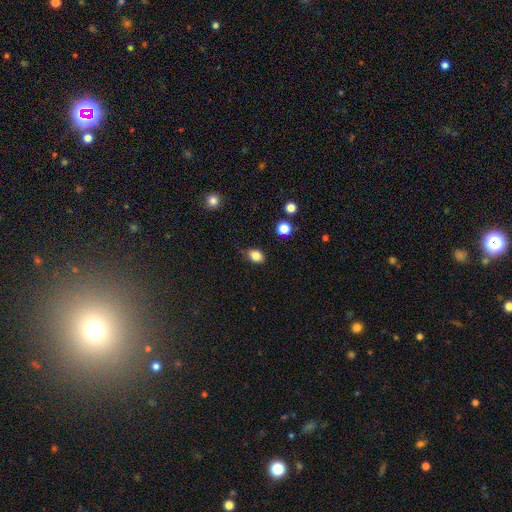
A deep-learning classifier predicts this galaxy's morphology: A smooth galaxy with no disk features (83%) that is in between round and cigar-shaped (66%).

Vote fractions:
- Smooth or featured? smooth: 83% / star or artifact: 11% / featured or disk: 6%
- How rounded? in between: 66% / round: 33% / cigar-shaped: 1%
- Merging? none: 75% / minor disturbance: 20% / major disturbance: 3% / merger: 2%